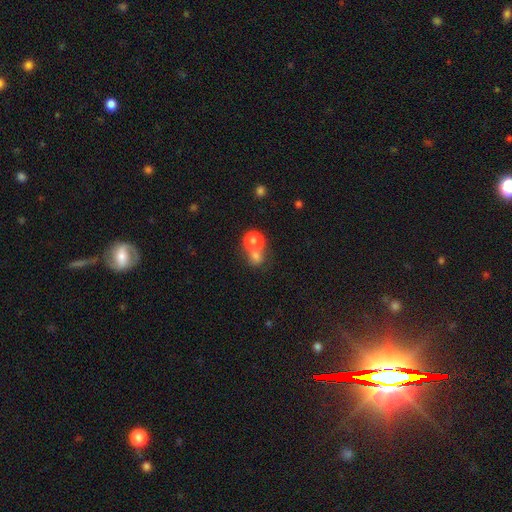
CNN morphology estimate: This appears to be a smooth galaxy with no disk features (75%) that is round (80%). Merging: merger (50%).